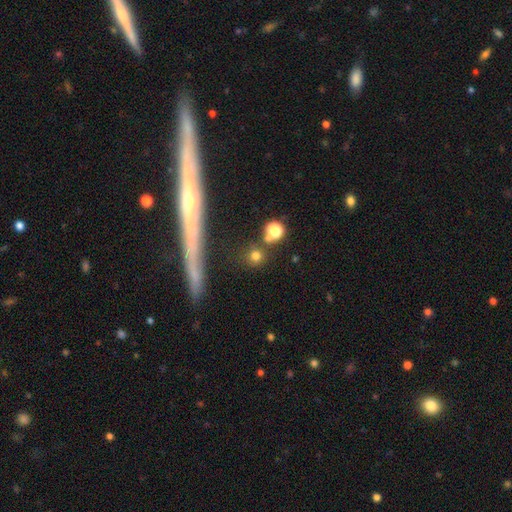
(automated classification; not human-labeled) This is likely a smooth galaxy (73%). How rounded: clearly round (90%). Merging: likely none (78%).